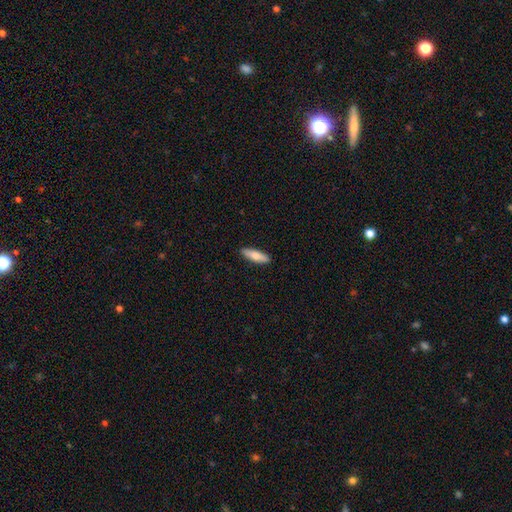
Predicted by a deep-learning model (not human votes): This appears to be a smooth galaxy with no disk features (72%) that is cigar-shaped (60%). Merging: none (91%).